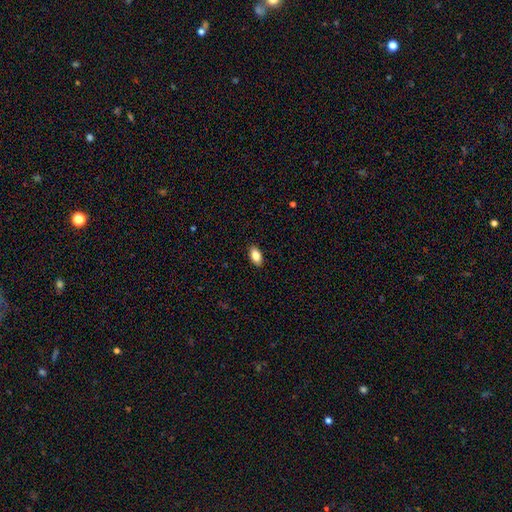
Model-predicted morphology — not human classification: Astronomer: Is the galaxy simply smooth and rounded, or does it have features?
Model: smooth — 86%.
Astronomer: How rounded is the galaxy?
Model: in between — 92%.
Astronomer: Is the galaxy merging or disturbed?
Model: none — 90%.